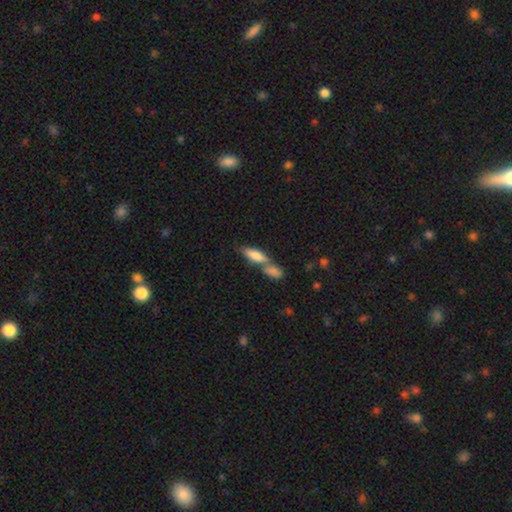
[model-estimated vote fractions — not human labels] This is likely a smooth galaxy (77%). How rounded: likely in between (60%). Merging: possibly merger (57%).